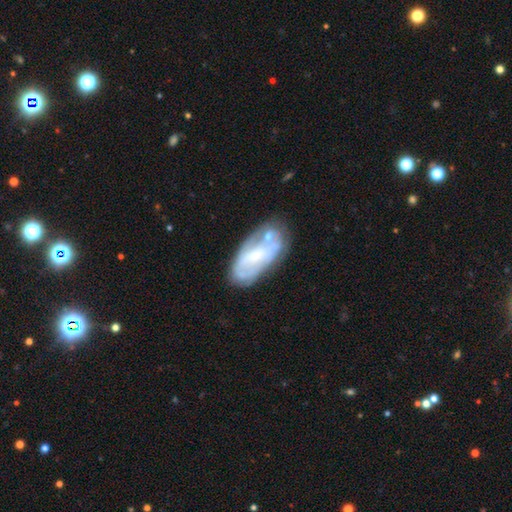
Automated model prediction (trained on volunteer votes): This appears to be a featured or disk galaxy (62%) with no bar (50%), spiral arms (53%) and a small central bulge (53%). Merging: none (57%).